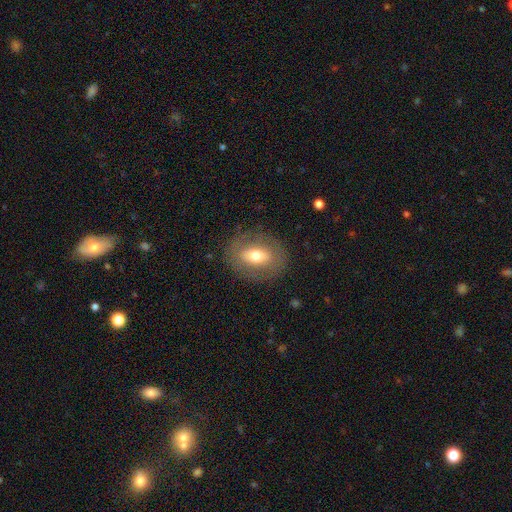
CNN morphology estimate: This appears to be a smooth galaxy with no disk features (54%) that is in between round and cigar-shaped (67%). Merging: none (83%).